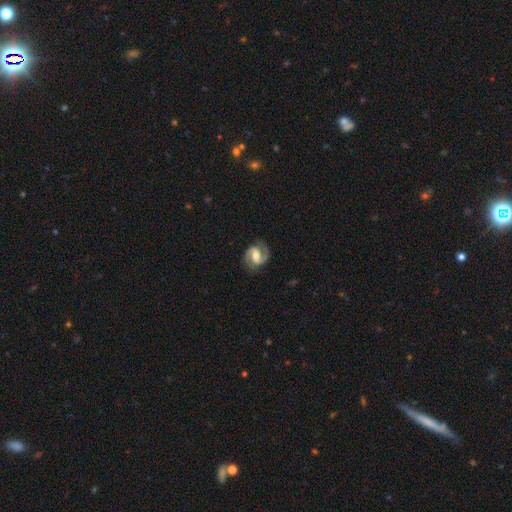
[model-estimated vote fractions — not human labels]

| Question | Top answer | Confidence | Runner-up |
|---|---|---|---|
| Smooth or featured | featured or disk | 89% | smooth (7%) |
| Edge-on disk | no | 98% | yes (2%) |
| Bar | weak | 47% | strong (31%) |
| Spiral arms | yes | 97% | no (3%) |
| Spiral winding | medium | 57% | tight (27%) |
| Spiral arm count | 2 | 93% | can't tell (2%) |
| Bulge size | moderate | 70% | small (19%) |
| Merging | none | 85% | minor disturbance (11%) |